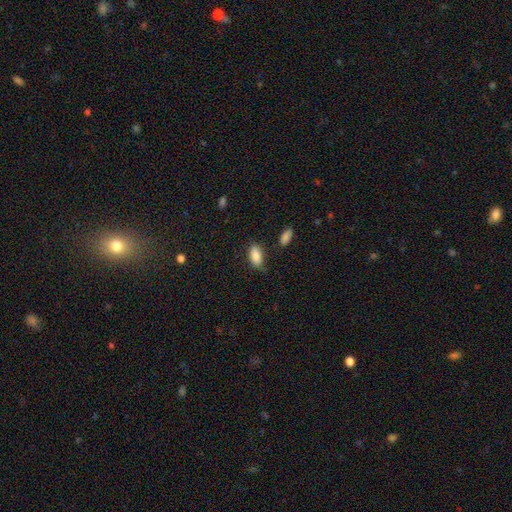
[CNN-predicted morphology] This is clearly a smooth galaxy (87%). How rounded: clearly in between (91%). Merging: likely none (74%).